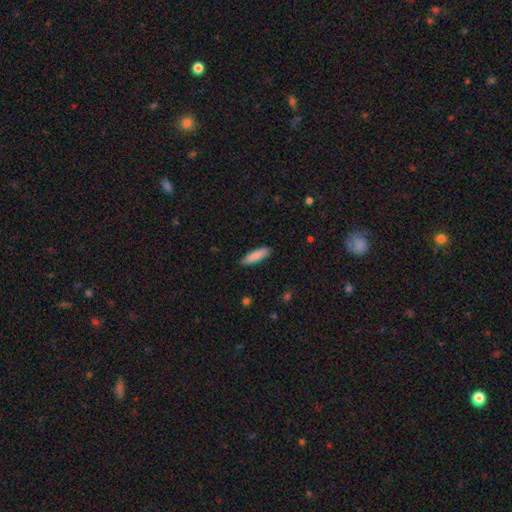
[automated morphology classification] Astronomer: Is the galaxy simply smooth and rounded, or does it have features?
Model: smooth — 87%.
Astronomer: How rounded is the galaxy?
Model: cigar-shaped — 62%.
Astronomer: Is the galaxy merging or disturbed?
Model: none — 87%.